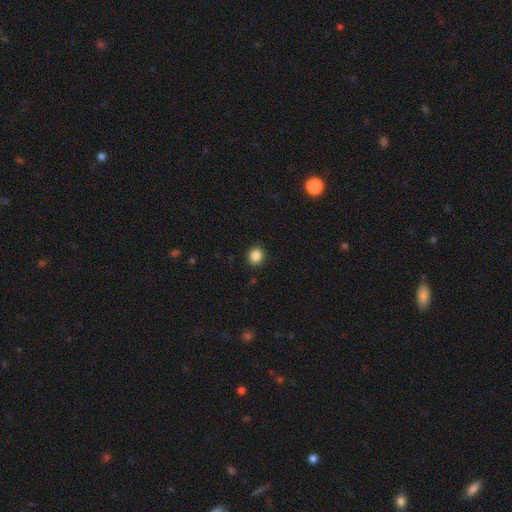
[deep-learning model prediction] Smooth or featured: smooth — 86% (star or artifact — 10%)
How rounded: round — 83% (in between — 16%)
Merging: none — 91% (minor disturbance — 6%)